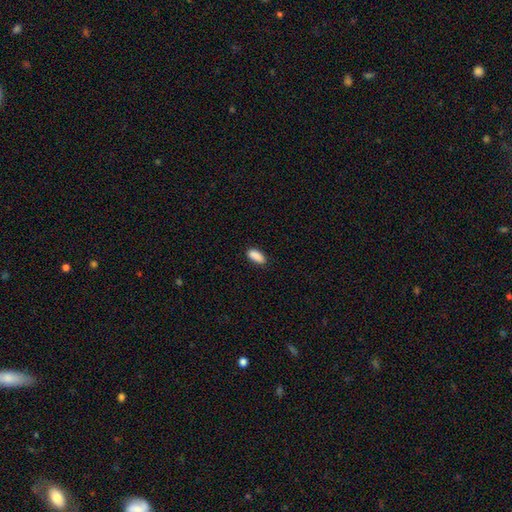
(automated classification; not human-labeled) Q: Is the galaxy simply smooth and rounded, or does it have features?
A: smooth — 90%.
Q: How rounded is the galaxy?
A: in between — 86%.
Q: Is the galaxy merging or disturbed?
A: none — 83%.